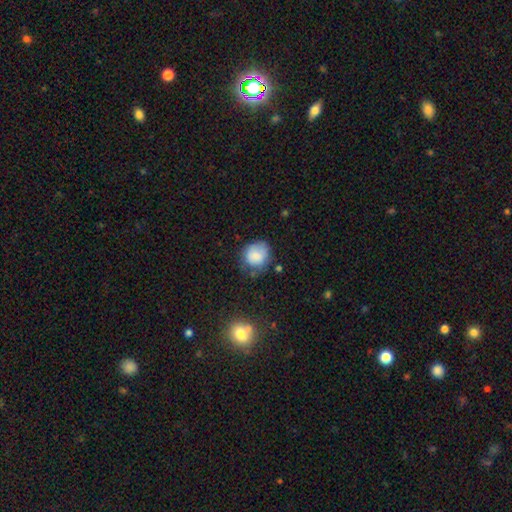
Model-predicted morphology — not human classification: type=smooth (80%); roundness=round (76%); merging=none (60%).